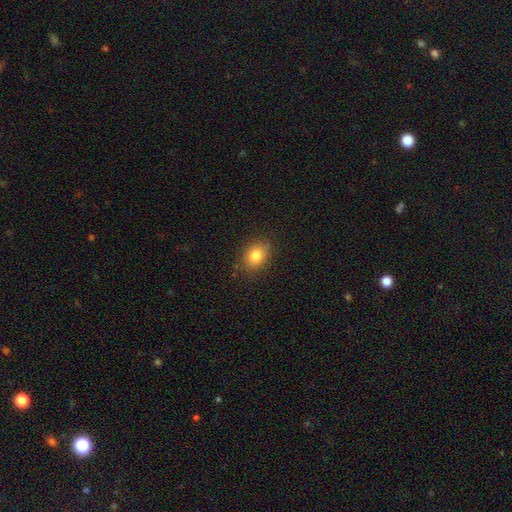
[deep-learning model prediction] A smooth galaxy with no disk features (82%) that is in between round and cigar-shaped (54%).

Vote fractions:
- Smooth or featured? smooth: 82% / star or artifact: 10% / featured or disk: 8%
- How rounded? in between: 54% / round: 45% / cigar-shaped: 1%
- Merging? none: 84% / minor disturbance: 12% / major disturbance: 3% / merger: 1%